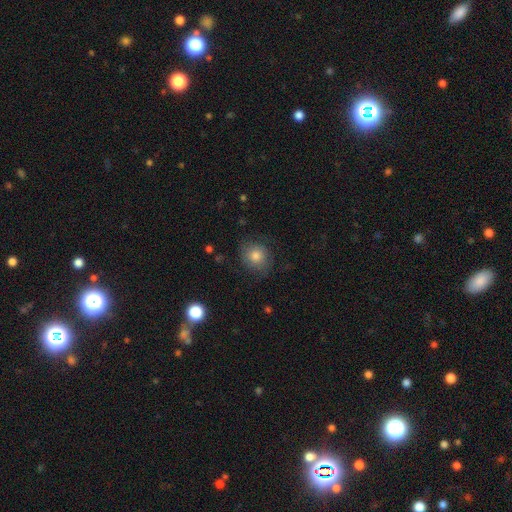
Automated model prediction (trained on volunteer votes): Smooth or featured?
  - smooth: 76% *
  - featured or disk: 13%
  - star or artifact: 11%
How rounded?
  - round: 83% *
  - in between: 16%
  - cigar-shaped: 1%
Merging?
  - none: 77% *
  - minor disturbance: 16%
  - major disturbance: 6%
  - merger: 1%